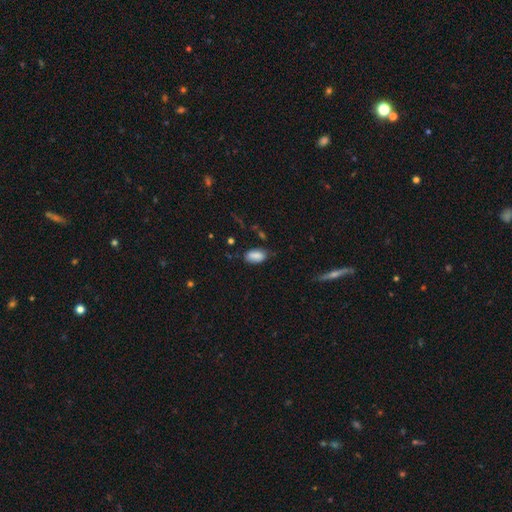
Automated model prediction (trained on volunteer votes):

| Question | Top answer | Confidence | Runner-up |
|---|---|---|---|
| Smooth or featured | smooth | 84% | featured or disk (8%) |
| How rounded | in between | 93% | round (4%) |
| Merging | none | 71% | minor disturbance (21%) |